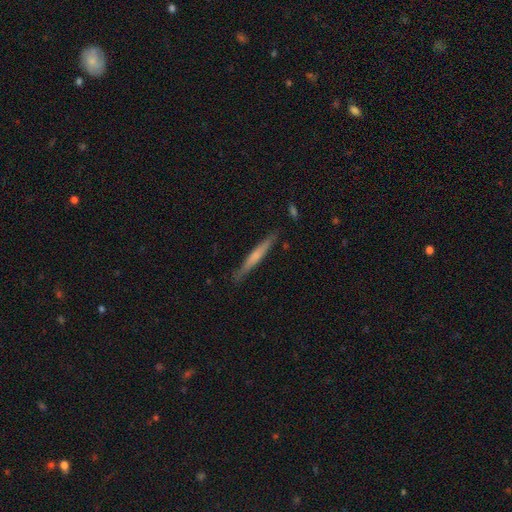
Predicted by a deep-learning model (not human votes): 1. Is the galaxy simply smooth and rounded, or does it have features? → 49% smooth, 45% featured or disk, 6% star or artifact.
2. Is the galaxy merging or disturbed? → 87% none, 10% minor disturbance, 2% major disturbance, 2% merger.